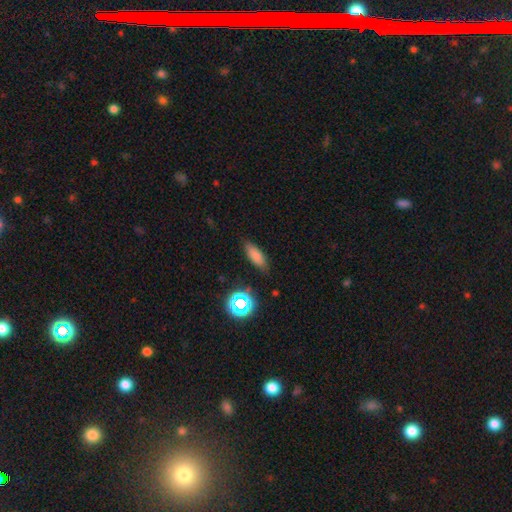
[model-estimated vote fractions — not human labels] Smooth or featured? Predicted: smooth (p=0.77). How rounded? Predicted: in between (p=0.68). Merging? Predicted: none (p=0.82).